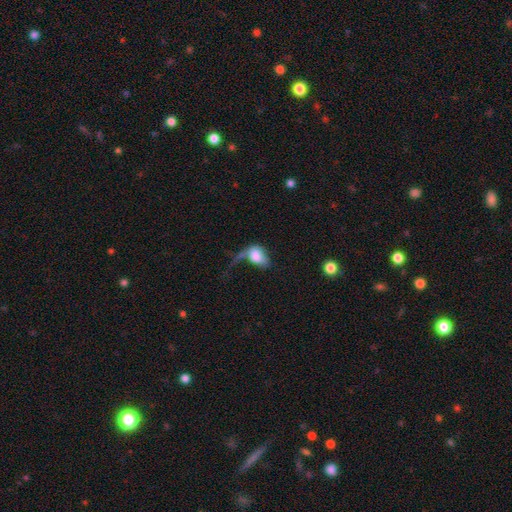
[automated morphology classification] A smooth galaxy with no disk features (74%) that is in between round and cigar-shaped (85%).

Vote fractions:
- Smooth or featured? smooth: 74% / featured or disk: 18% / star or artifact: 8%
- How rounded? in between: 85% / round: 13% / cigar-shaped: 2%
- Merging? major disturbance: 47% / none: 20% / minor disturbance: 18% / merger: 15%